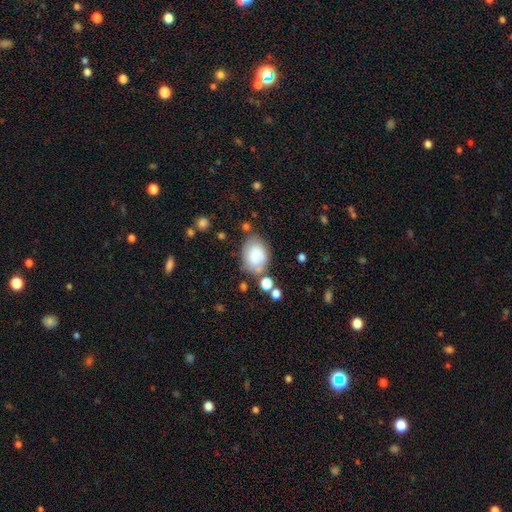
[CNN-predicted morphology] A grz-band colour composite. It shows a smooth galaxy with no disk features (78%) that is in between round and cigar-shaped (75%). Merging: none (61%).